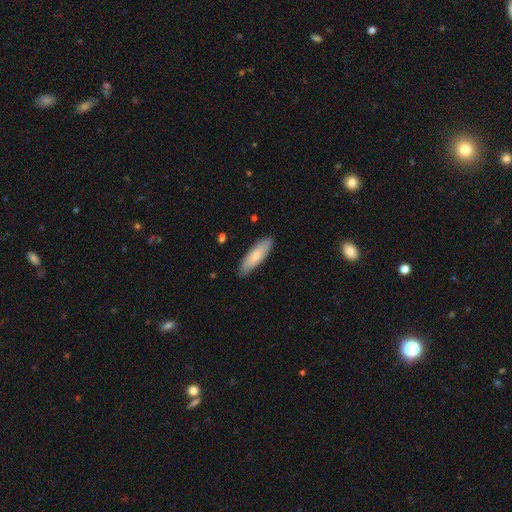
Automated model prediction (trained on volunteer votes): A smooth galaxy with no disk features (75%) that is in between round and cigar-shaped (50%). Merging: none (85%).